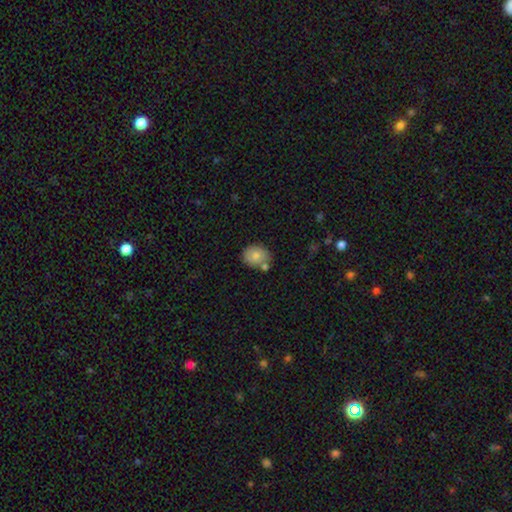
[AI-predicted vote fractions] This appears to be a smooth galaxy with no disk features (80%) that is round (54%). Merging: none (63%).